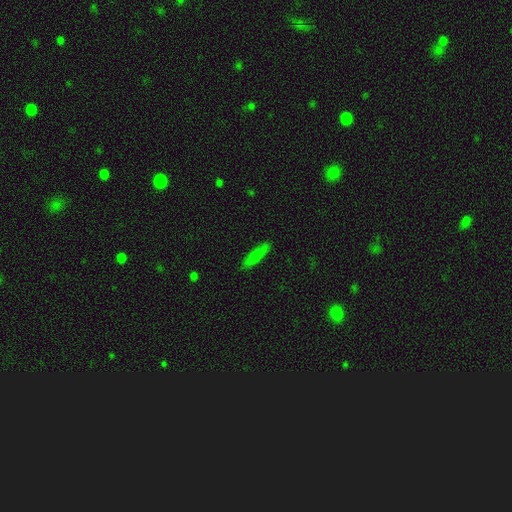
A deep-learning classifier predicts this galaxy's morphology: Smooth or featured? smooth (80%)
How rounded? cigar-shaped (77%)
Merging? none (87%)